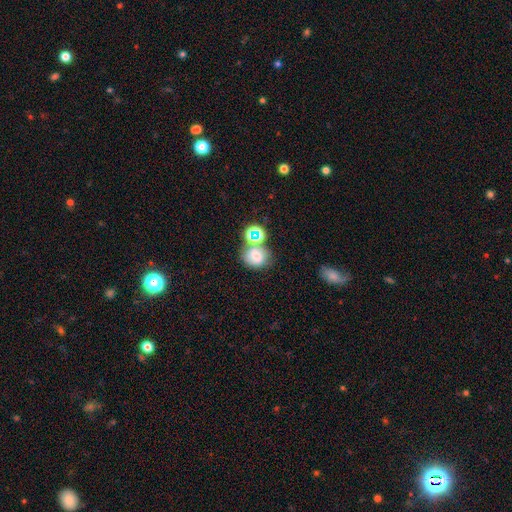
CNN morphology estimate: smooth 68%, star or artifact 19%, featured or disk 13%. Down the decision tree: how rounded — round (60%); merging — none (50%).